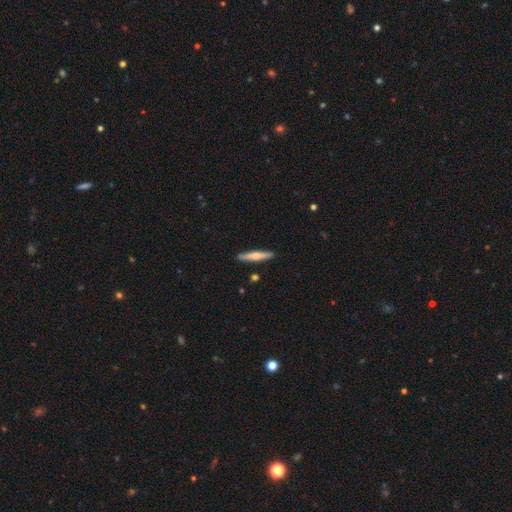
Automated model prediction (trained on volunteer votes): Q: Smooth or featured?
A: featured or disk (48%); runner-up: smooth (47%)
Q: Merging?
A: none (90%); runner-up: minor disturbance (7%)